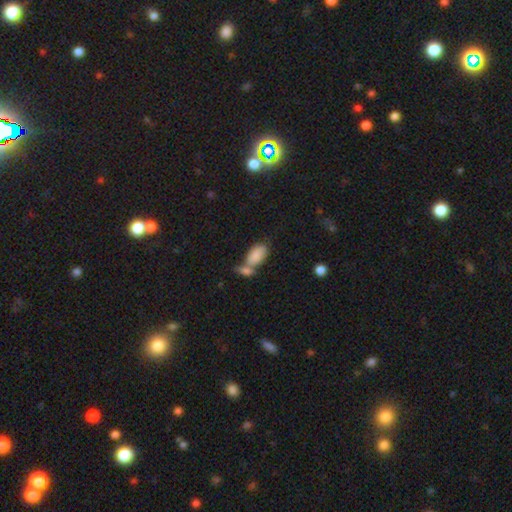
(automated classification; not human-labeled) Overall: smooth (83%). How rounded: in between (93%). Merging: merger (52%; none 31%).